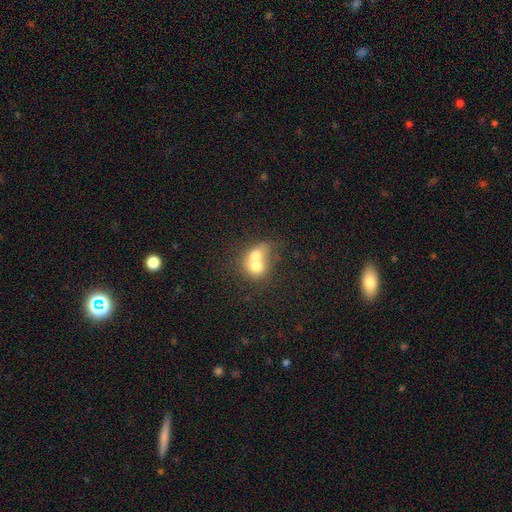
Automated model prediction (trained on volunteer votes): This appears to be a smooth galaxy with no disk features (65%) that is round (60%). Merging: merger (76%).